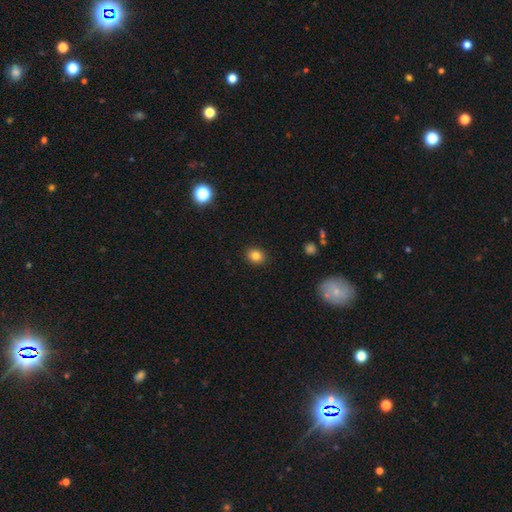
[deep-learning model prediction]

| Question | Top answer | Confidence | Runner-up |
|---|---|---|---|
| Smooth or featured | smooth | 82% | star or artifact (11%) |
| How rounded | round | 58% | in between (41%) |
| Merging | none | 90% | minor disturbance (7%) |